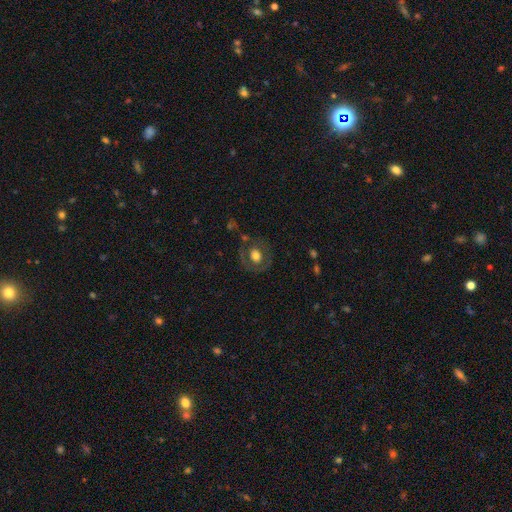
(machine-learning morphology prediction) smooth-or-featured: smooth: 53% | featured or disk: 39% | star or artifact: 8%
  how-rounded: round: 64% | in between: 35% | cigar-shaped: 1%
  merging: none: 71% | minor disturbance: 16% | major disturbance: 10% | merger: 3%